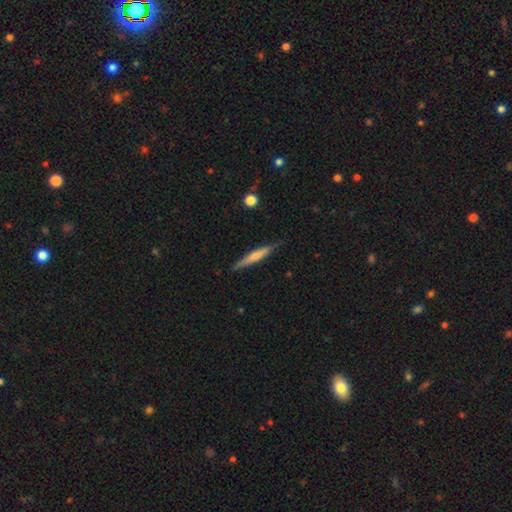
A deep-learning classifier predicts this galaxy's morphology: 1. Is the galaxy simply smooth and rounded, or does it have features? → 55% smooth, 40% featured or disk, 6% star or artifact.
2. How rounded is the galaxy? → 93% cigar-shaped, 6% in between, 1% round.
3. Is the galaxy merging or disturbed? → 82% none, 14% minor disturbance, 2% major disturbance, 1% merger.